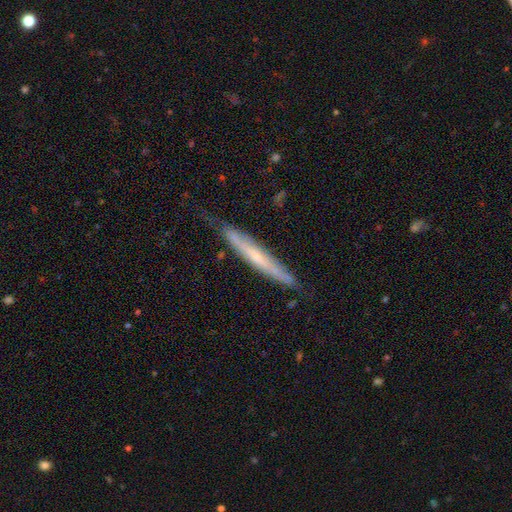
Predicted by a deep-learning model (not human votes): Overall: featured or disk (60%; smooth 34%). Edge-on disk: yes (87%). Edge-on bulge: none (53%; rounded 42%). Merging: none (71%).